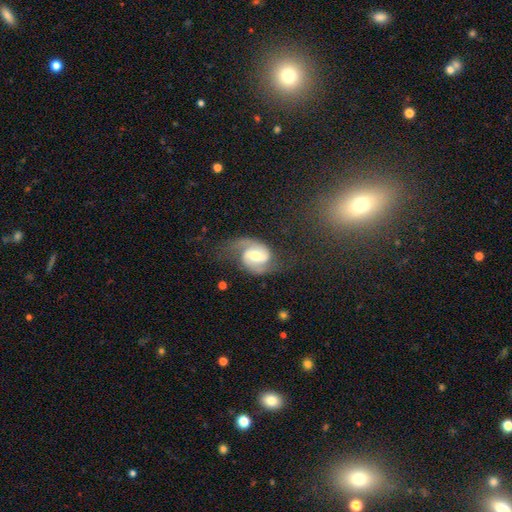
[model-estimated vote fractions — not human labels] Smooth or featured: featured or disk — 87% (smooth — 8%)
Edge-on disk: no — 98% (yes — 2%)
Bar: weak — 48% (no — 29%)
Spiral arms: yes — 96% (no — 4%)
Spiral winding: medium — 51% (loose — 27%)
Spiral arm count: 2 — 92% (can't tell — 3%)
Bulge size: moderate — 70% (small — 19%)
Merging: none — 64% (minor disturbance — 20%)